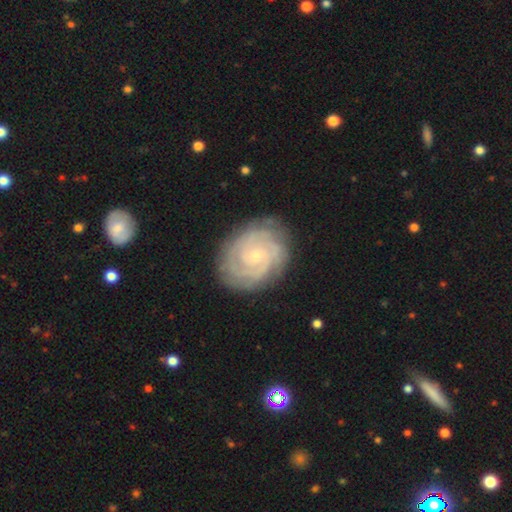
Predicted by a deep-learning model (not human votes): This is clearly a featured or disk galaxy (87%). It is clearly not viewed edge-on (98%). Bar: likely no (70%). Spiral arm pattern: clearly yes (98%). Spiral arm count: marginally 2 (32%). Spiral winding: clearly tight (82%). Central bulge: likely small (76%). Merging: clearly none (82%).